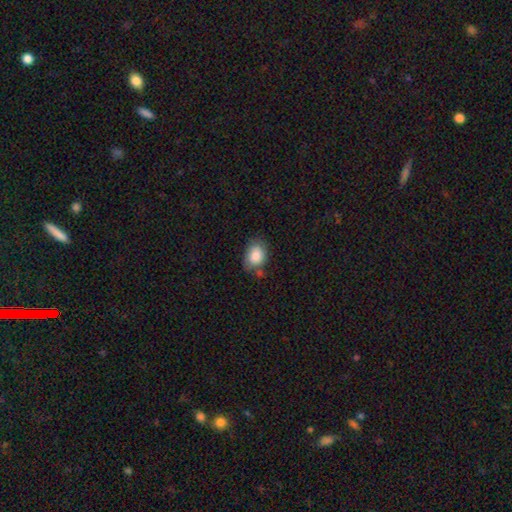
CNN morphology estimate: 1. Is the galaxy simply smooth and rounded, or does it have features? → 84% smooth, 8% featured or disk, 8% star or artifact.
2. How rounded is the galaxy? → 72% in between, 27% round, 1% cigar-shaped.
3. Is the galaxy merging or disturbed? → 62% none, 25% minor disturbance, 6% merger, 6% major disturbance.